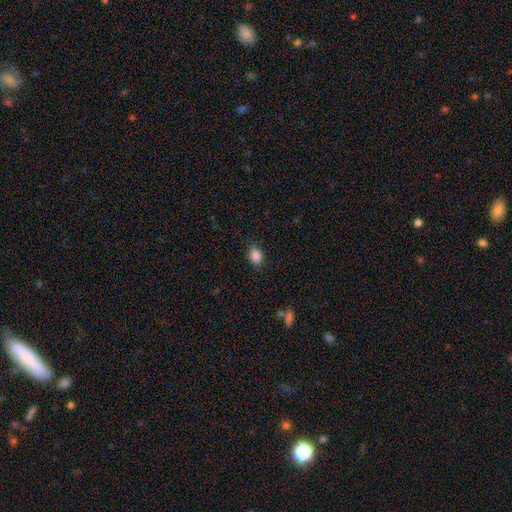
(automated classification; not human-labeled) The model was most divided on "how rounded": in between: 78%, round: 20%, cigar-shaped: 1%. More confident: smooth or featured — smooth (87%); merging — none (86%).